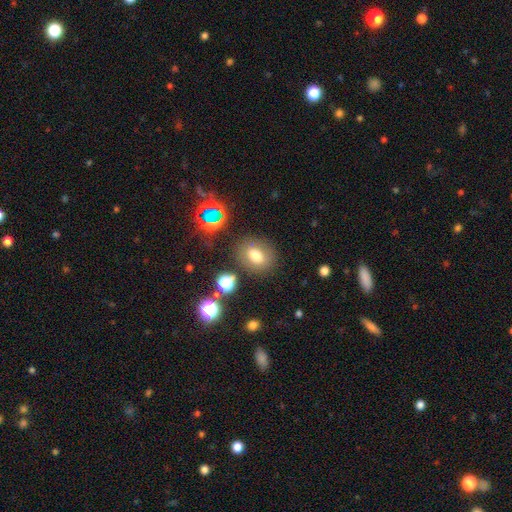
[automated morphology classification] smooth-or-featured: smooth: 73% | star or artifact: 15% | featured or disk: 13%
  how-rounded: in between: 53% | round: 46% | cigar-shaped: 1%
  merging: none: 79% | minor disturbance: 12% | major disturbance: 5% | merger: 5%